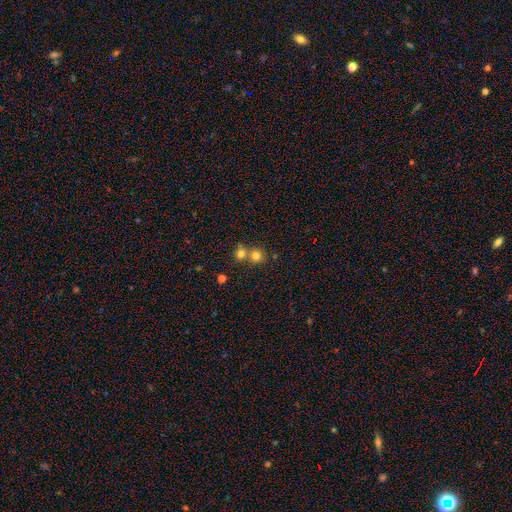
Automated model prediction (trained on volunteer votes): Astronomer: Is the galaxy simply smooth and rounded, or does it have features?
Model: smooth — 78%.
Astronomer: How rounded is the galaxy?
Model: round — 88%.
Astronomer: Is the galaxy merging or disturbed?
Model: none — 50% (runner-up: merger, 42%).